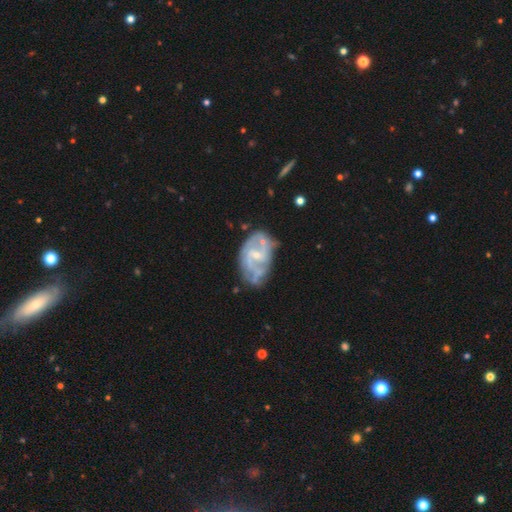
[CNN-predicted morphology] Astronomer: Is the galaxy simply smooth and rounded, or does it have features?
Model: featured or disk — 77%.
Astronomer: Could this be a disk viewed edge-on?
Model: no — 97%.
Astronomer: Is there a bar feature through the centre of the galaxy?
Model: weak — 47% (runner-up: no, 42%).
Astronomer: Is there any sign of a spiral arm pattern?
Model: yes — 74%.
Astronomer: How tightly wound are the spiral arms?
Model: medium — 42% (runner-up: tight, 34%).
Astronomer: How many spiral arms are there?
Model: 2 — 43% (runner-up: can't tell, 35%).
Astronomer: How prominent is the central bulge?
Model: small — 67%.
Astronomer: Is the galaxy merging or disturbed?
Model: none — 42% (runner-up: minor disturbance, 28%).